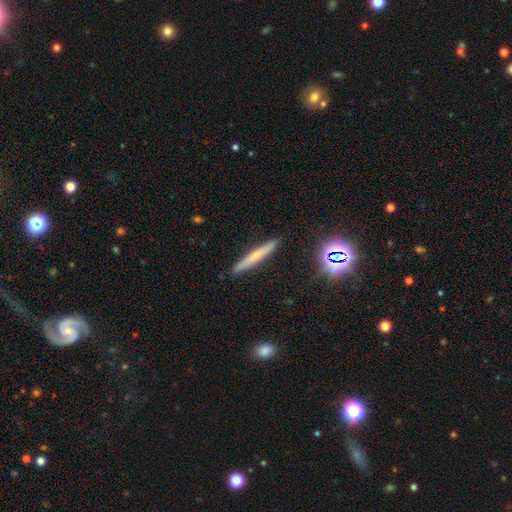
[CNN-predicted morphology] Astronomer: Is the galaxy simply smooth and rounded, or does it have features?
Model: smooth — 46% (runner-up: featured or disk, 44%).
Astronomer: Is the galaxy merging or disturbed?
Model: none — 90%.